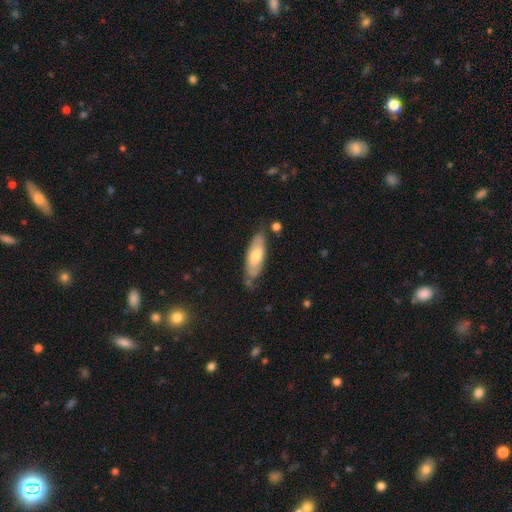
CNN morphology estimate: Q: Smooth or featured?
A: smooth (59%); runner-up: featured or disk (35%)
Q: How rounded?
A: in between (61%); runner-up: cigar-shaped (37%)
Q: Merging?
A: none (67%); runner-up: minor disturbance (24%)